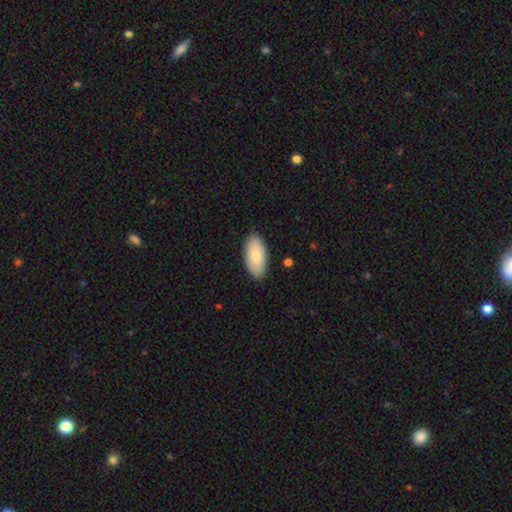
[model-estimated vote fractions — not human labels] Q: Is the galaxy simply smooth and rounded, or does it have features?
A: smooth — 79%.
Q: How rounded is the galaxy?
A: in between — 94%.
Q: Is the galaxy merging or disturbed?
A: none — 85%.